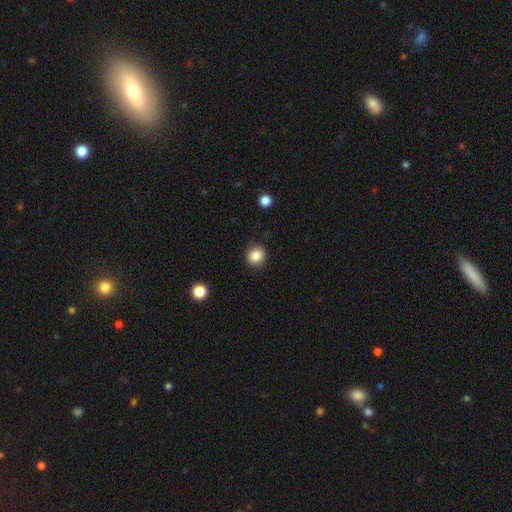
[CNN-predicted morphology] smooth_or_featured: smooth (p=0.86) [alt: star or artifact p=0.10]
how_rounded: round (p=0.85) [alt: in between p=0.14]
merging: none (p=0.90) [alt: minor disturbance p=0.07]